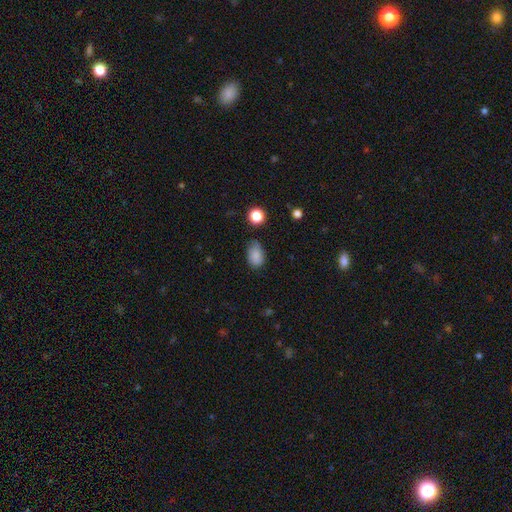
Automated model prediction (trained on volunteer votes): This appears to be a smooth galaxy with no disk features (83%) that is in between round and cigar-shaped (81%). Merging: none (64%).